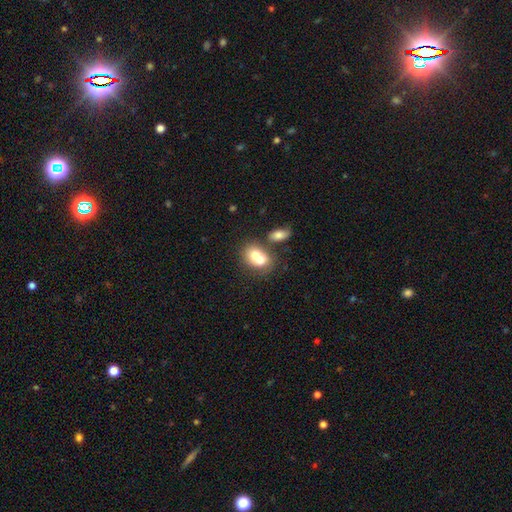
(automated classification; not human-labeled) This is likely a smooth galaxy (68%). How rounded: possibly in between (50%). Merging: likely merger (67%).